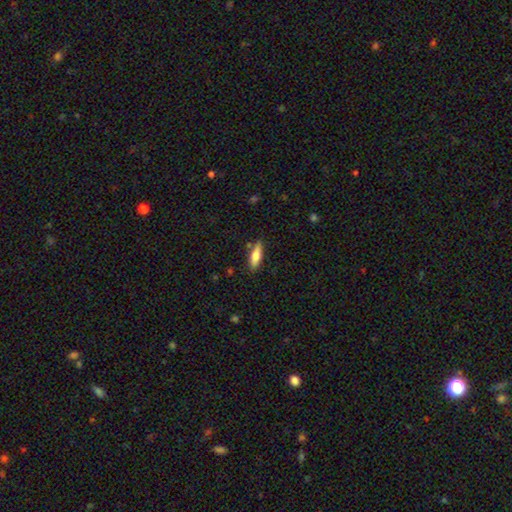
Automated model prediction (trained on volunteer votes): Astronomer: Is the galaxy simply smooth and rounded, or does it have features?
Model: smooth — 70%.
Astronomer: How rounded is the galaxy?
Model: cigar-shaped — 52% (runner-up: in between, 46%).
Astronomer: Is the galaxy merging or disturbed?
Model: none — 81%.